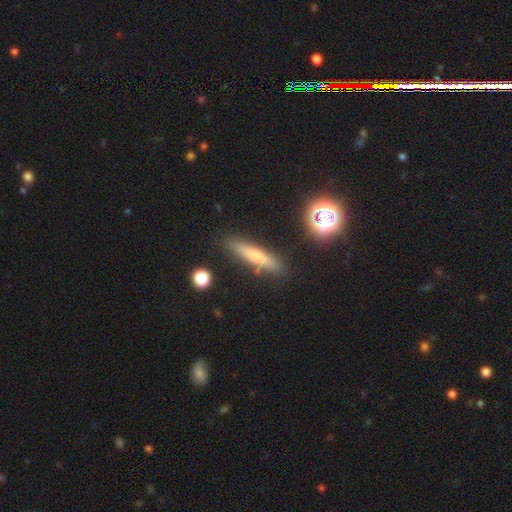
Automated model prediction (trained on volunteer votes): A smooth galaxy with no disk features (59%) that is cigar-shaped (85%). Merging: none (86%).